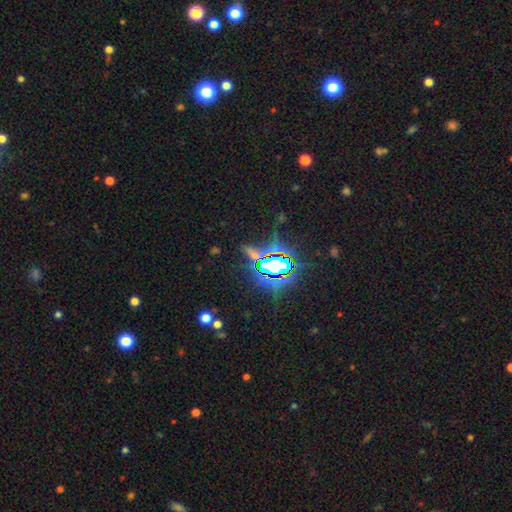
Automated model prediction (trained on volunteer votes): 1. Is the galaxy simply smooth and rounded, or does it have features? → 74% star or artifact, 14% smooth, 12% featured or disk.